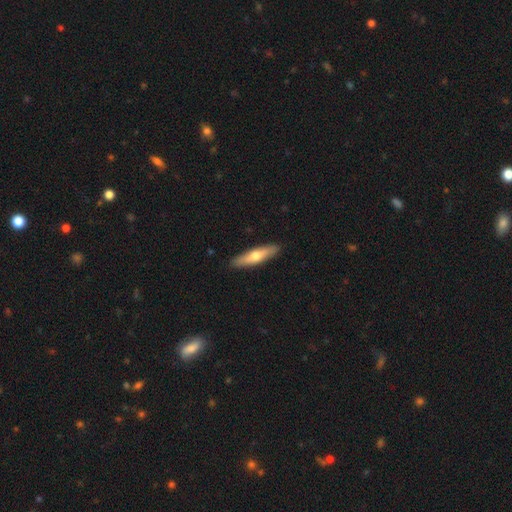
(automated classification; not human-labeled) smooth 55%, featured or disk 40%, star or artifact 5%. Down the decision tree: how rounded — cigar-shaped (78%); merging — none (90%).